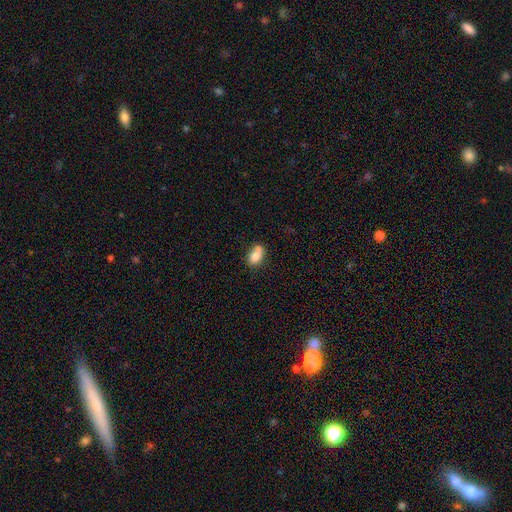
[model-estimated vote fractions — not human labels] The model was most divided on "merging": none: 46%, merger: 23%, minor disturbance: 23%, major disturbance: 8%. More confident: how rounded — in between (83%); smooth or featured — smooth (78%).